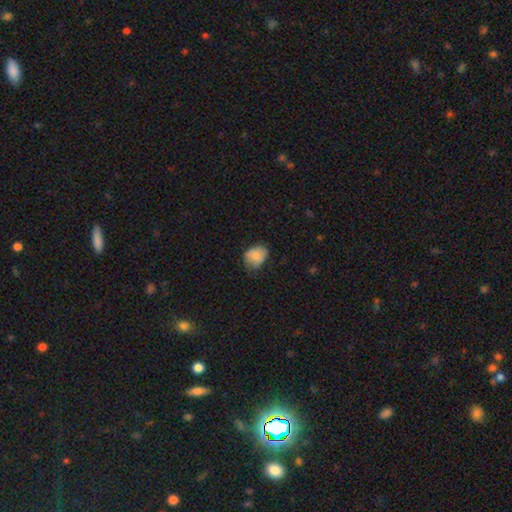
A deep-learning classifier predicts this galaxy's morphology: Smooth or featured? smooth (77%)
How rounded? in between (55%)
Merging? none (62%)